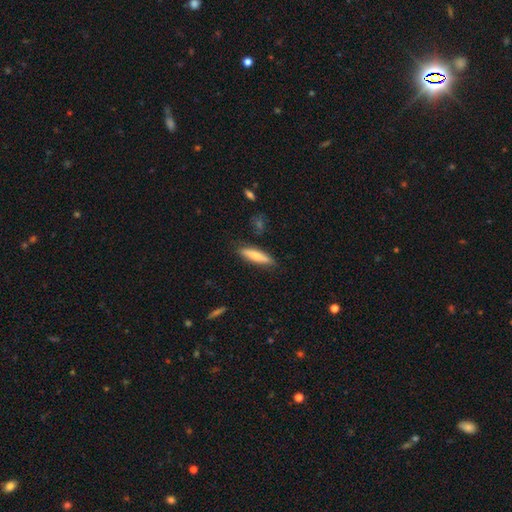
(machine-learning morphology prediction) type=smooth (72%); roundness=cigar-shaped (74%); merging=none (82%).